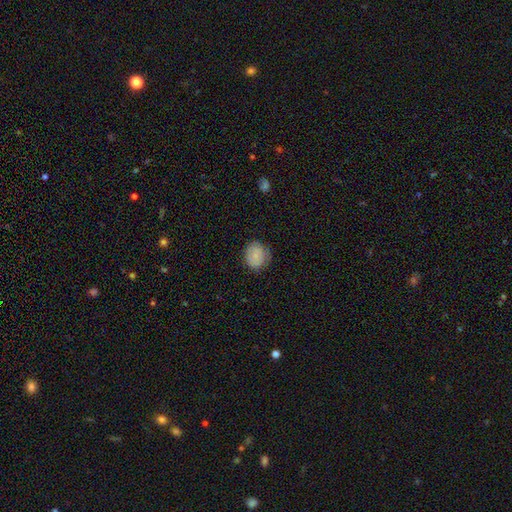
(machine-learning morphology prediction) Q: Smooth or featured?
A: smooth (76%); runner-up: featured or disk (17%)
Q: How rounded?
A: round (69%); runner-up: in between (30%)
Q: Merging?
A: none (73%); runner-up: minor disturbance (21%)